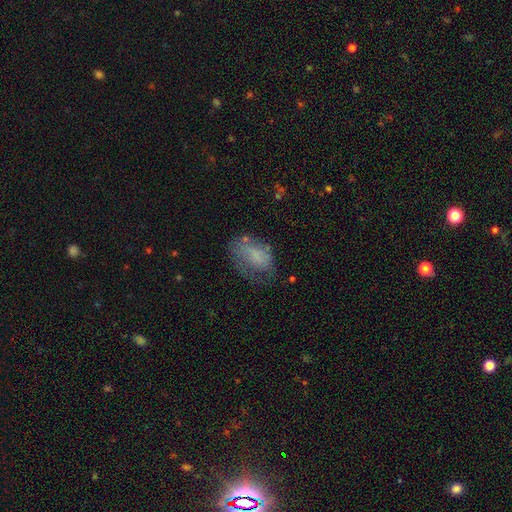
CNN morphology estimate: Overall: smooth (59%; featured or disk 31%). How rounded: in between (86%). Merging: none (42%; minor disturbance 29%).